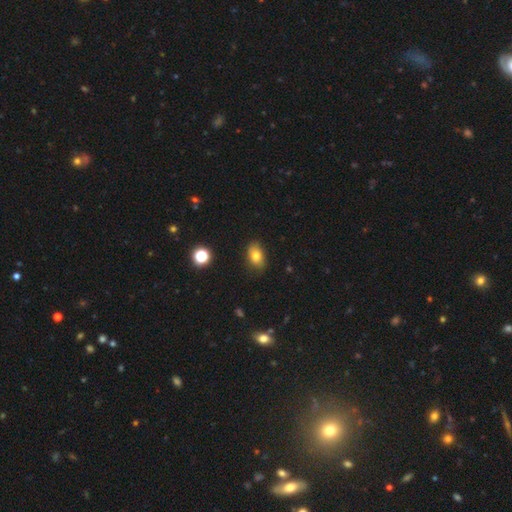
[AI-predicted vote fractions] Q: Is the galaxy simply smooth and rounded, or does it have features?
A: smooth — 78%.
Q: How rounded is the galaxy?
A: in between — 84%.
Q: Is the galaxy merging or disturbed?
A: none — 83%.